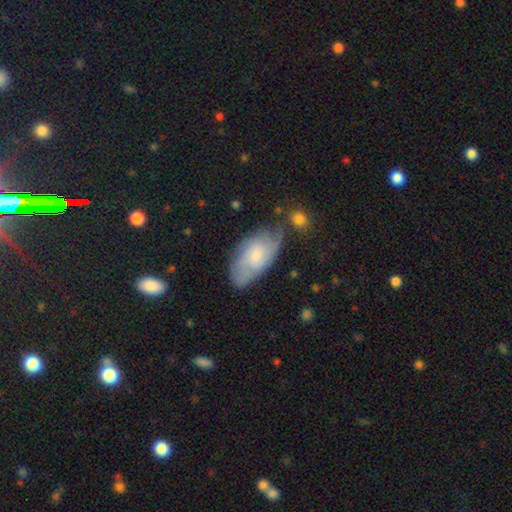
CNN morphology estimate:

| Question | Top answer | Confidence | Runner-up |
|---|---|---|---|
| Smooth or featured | featured or disk | 50% | smooth (43%) |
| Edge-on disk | no | 91% | yes (9%) |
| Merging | none | 60% | minor disturbance (27%) |